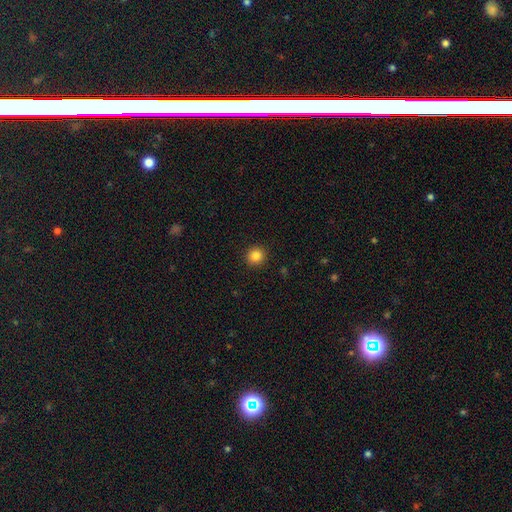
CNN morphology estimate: smooth 85%, star or artifact 11%, featured or disk 4%. Down the decision tree: how rounded — round (92%); merging — none (92%).